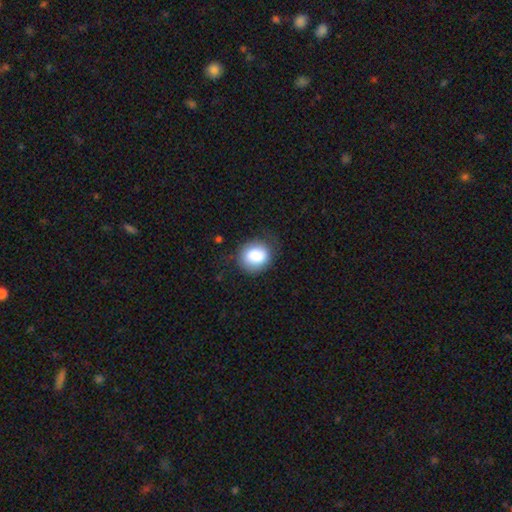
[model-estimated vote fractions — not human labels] This is clearly a smooth galaxy (85%). How rounded: likely round (72%). Merging: likely none (72%).